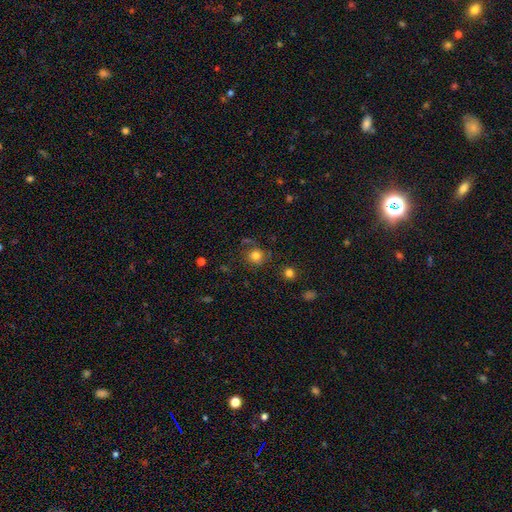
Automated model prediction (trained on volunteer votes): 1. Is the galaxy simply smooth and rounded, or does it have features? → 77% smooth, 13% star or artifact, 10% featured or disk.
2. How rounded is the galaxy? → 87% round, 12% in between, 1% cigar-shaped.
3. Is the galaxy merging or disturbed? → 72% none, 16% minor disturbance, 8% major disturbance, 5% merger.